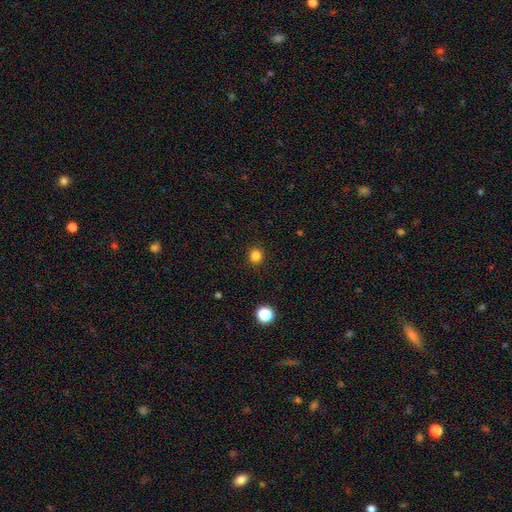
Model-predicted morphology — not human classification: The model was most divided on "smooth or featured": smooth: 83%, star or artifact: 13%, featured or disk: 3%. More confident: merging — none (91%); how rounded — round (89%).